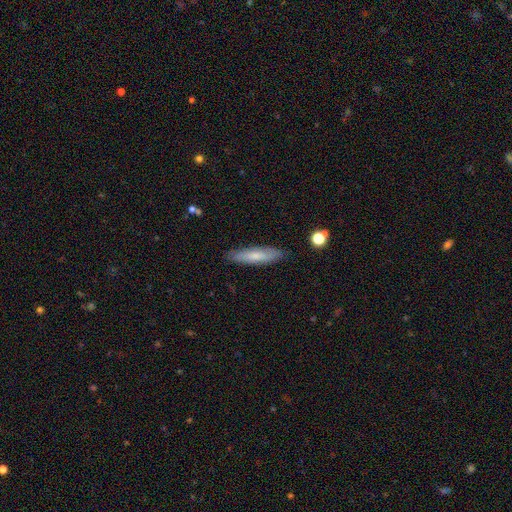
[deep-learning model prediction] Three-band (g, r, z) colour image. It shows a smooth galaxy with no disk features (67%) that is cigar-shaped (77%). Merging: none (86%).